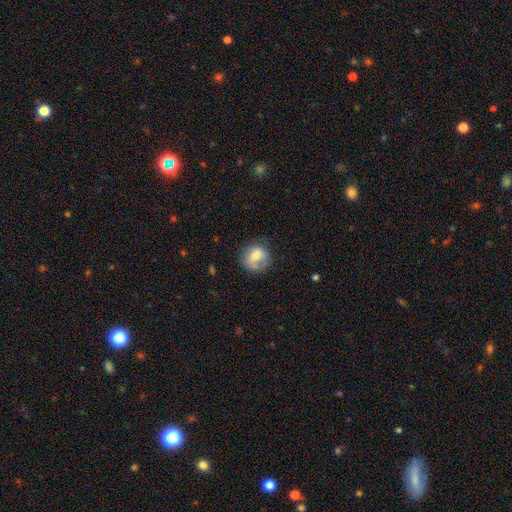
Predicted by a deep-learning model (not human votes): The model was most divided on "merging": none: 58%, minor disturbance: 25%, major disturbance: 13%, merger: 5%. More confident: how rounded — round (81%); smooth or featured — smooth (68%).